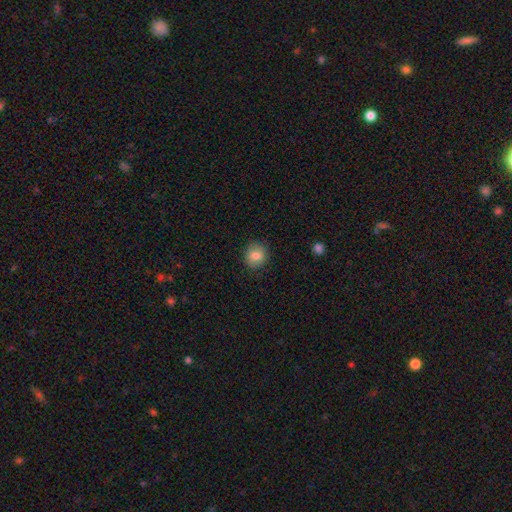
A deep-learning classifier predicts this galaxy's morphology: A smooth galaxy with no disk features (81%) that is round (82%).

Vote fractions:
- Smooth or featured? smooth: 81% / star or artifact: 10% / featured or disk: 9%
- How rounded? round: 82% / in between: 17% / cigar-shaped: 1%
- Merging? none: 88% / minor disturbance: 9% / major disturbance: 2% / merger: 1%